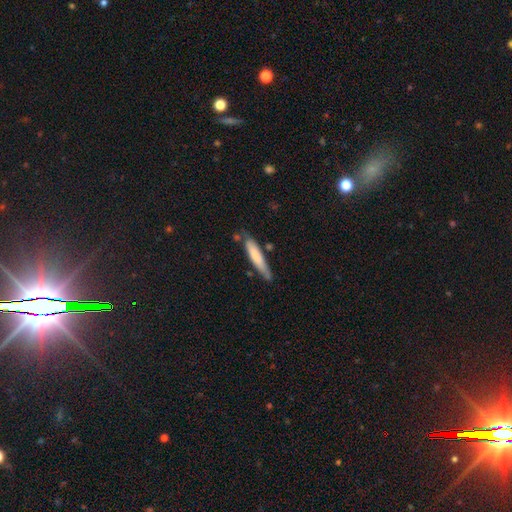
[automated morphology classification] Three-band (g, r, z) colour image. It shows a smooth galaxy with no disk features (74%) that is cigar-shaped (87%). Merging: none (67%).